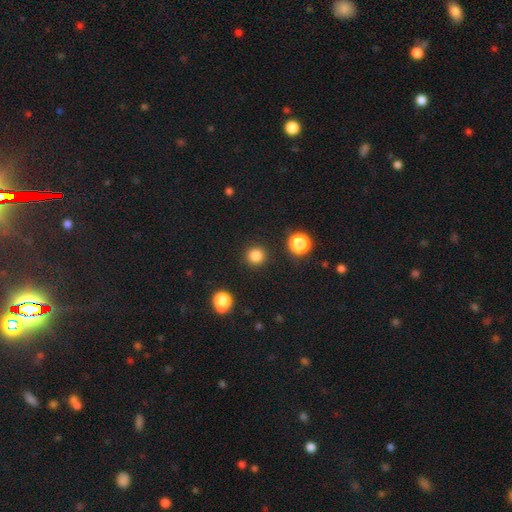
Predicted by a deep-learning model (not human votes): Overall: smooth (83%). How rounded: round (94%). Merging: none (91%).